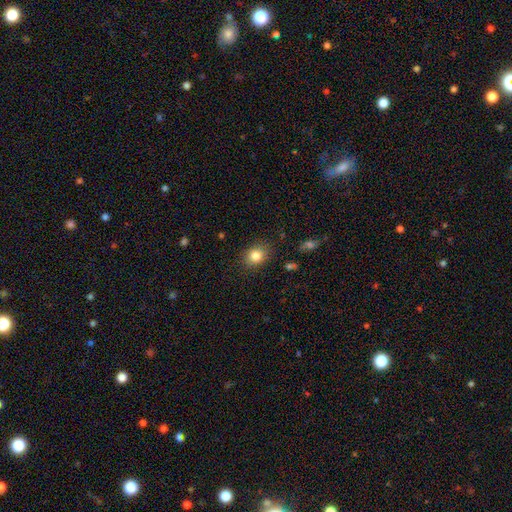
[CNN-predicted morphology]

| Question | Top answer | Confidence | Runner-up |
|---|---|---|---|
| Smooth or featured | smooth | 84% | star or artifact (10%) |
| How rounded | round | 56% | in between (43%) |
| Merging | none | 83% | minor disturbance (12%) |